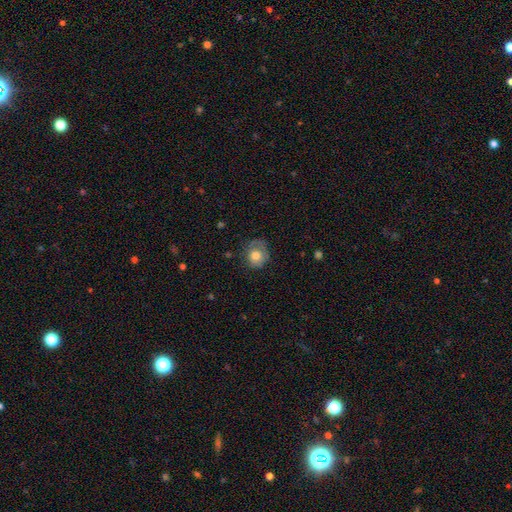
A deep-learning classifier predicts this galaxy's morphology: A smooth galaxy with no disk features (73%) that is round (78%). Merging: none (57%).